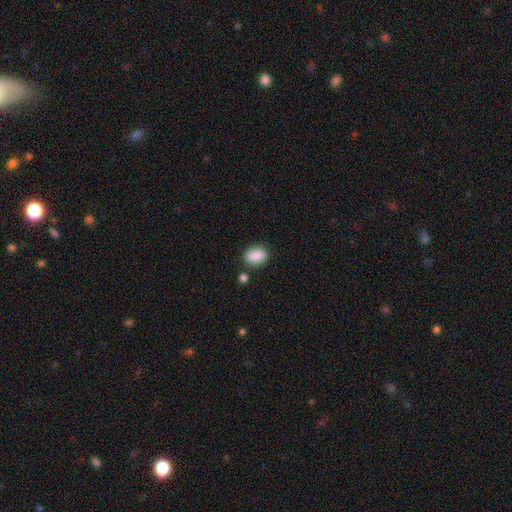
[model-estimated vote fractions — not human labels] smooth-or-featured: smooth: 88% | star or artifact: 8% | featured or disk: 4%
  how-rounded: in between: 81% | round: 17% | cigar-shaped: 2%
  merging: none: 79% | minor disturbance: 12% | merger: 6% | major disturbance: 3%